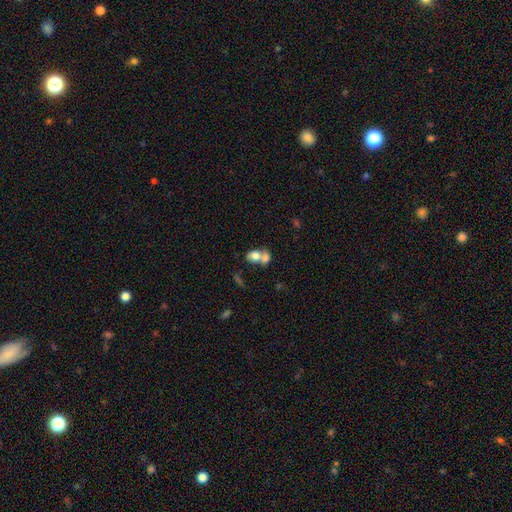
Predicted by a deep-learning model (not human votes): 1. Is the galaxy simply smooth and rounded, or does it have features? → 73% smooth, 18% featured or disk, 9% star or artifact.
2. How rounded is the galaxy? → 64% in between, 35% round, 1% cigar-shaped.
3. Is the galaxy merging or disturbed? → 69% merger, 19% none, 7% minor disturbance, 5% major disturbance.